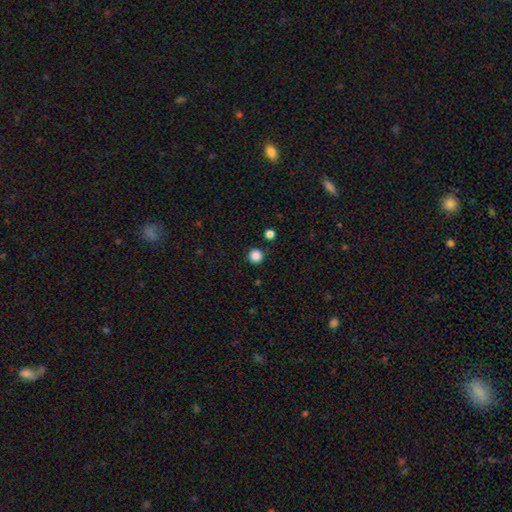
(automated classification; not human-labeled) Smooth or featured? Predicted: smooth (p=0.86). How rounded? Predicted: round (p=0.96). Merging? Predicted: none (p=0.91).